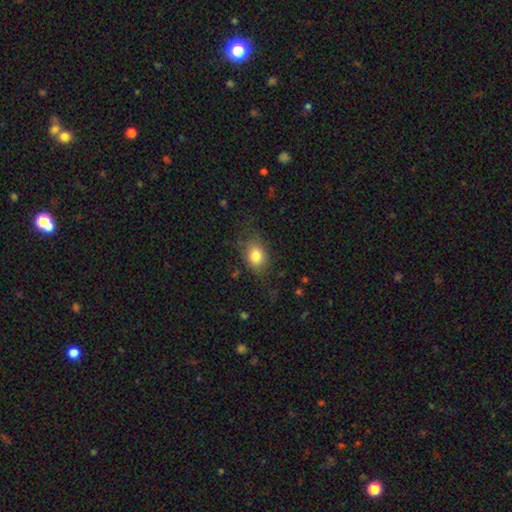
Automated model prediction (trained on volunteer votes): Overall: smooth (81%). How rounded: in between (62%; round 37%). Merging: none (71%).